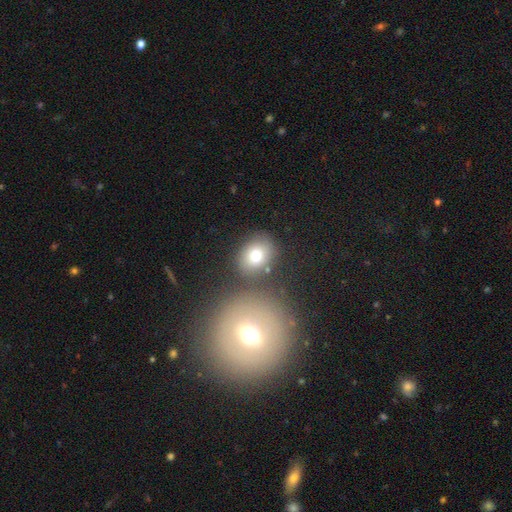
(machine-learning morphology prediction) A smooth galaxy with no disk features (75%) that is round (52%). Merging: none (73%).